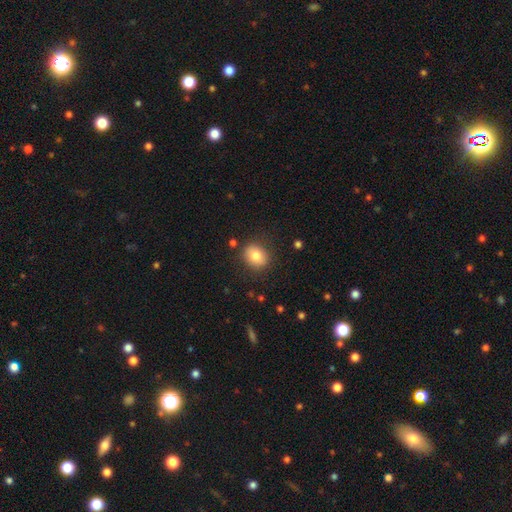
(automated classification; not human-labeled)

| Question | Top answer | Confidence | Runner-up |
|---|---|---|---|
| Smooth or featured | smooth | 79% | featured or disk (11%) |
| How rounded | round | 58% | in between (41%) |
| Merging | none | 84% | minor disturbance (11%) |